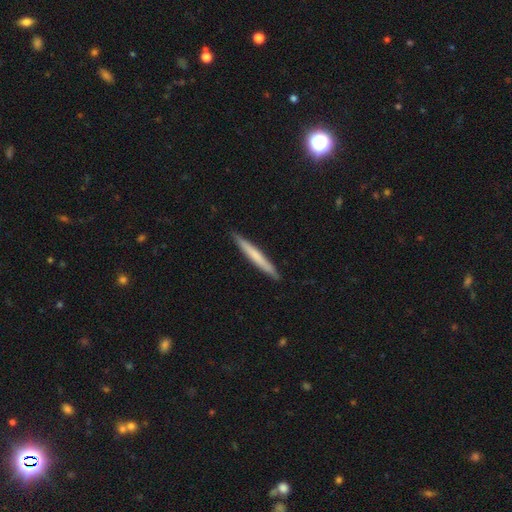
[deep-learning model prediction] Q: Smooth or featured?
A: smooth (60%); runner-up: featured or disk (34%)
Q: How rounded?
A: cigar-shaped (97%); runner-up: in between (2%)
Q: Merging?
A: none (91%); runner-up: minor disturbance (7%)